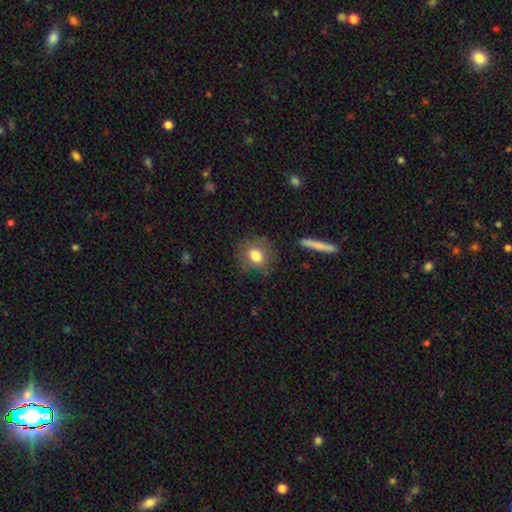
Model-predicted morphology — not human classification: A smooth galaxy with no disk features (78%) that is round (76%). Merging: none (78%).